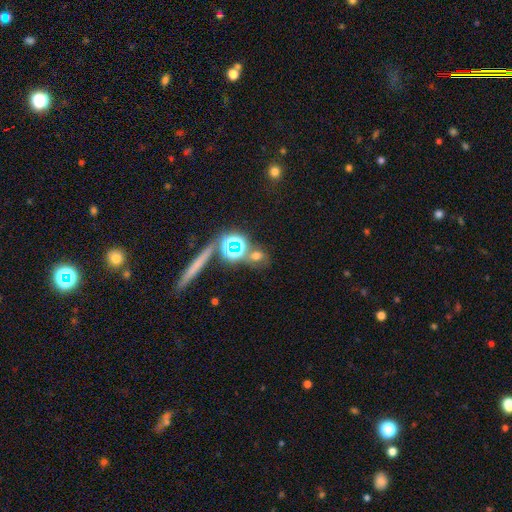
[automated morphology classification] Q: Smooth or featured?
A: smooth (50%); runner-up: star or artifact (38%)
Q: How rounded?
A: round (62%); runner-up: in between (31%)
Q: Merging?
A: none (70%); runner-up: merger (14%)